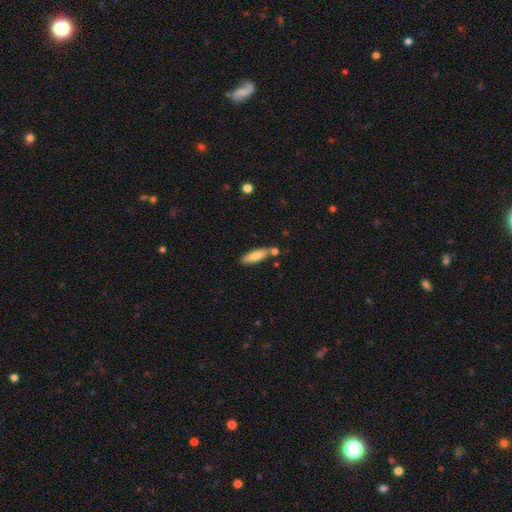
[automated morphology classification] smooth-or-featured: smooth: 78% | featured or disk: 16% | star or artifact: 6%
  how-rounded: in between: 56% | cigar-shaped: 42% | round: 2%
  merging: none: 71% | minor disturbance: 14% | merger: 13% | major disturbance: 3%